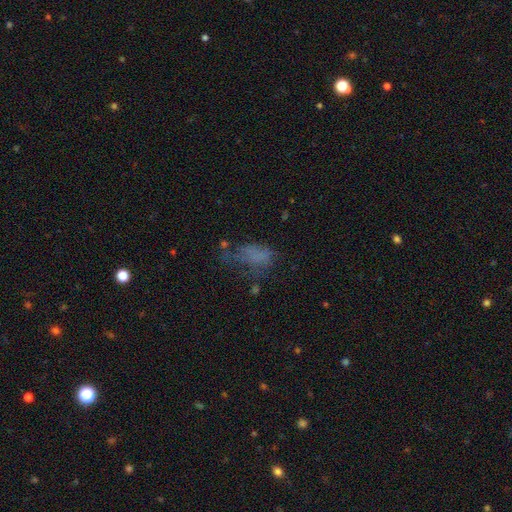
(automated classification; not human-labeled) Smooth or featured?
  - smooth: 55% *
  - featured or disk: 25%
  - star or artifact: 20%
How rounded?
  - in between: 85% *
  - round: 9%
  - cigar-shaped: 6%
Merging?
  - major disturbance: 36% *
  - none: 34%
  - minor disturbance: 24%
  - merger: 6%